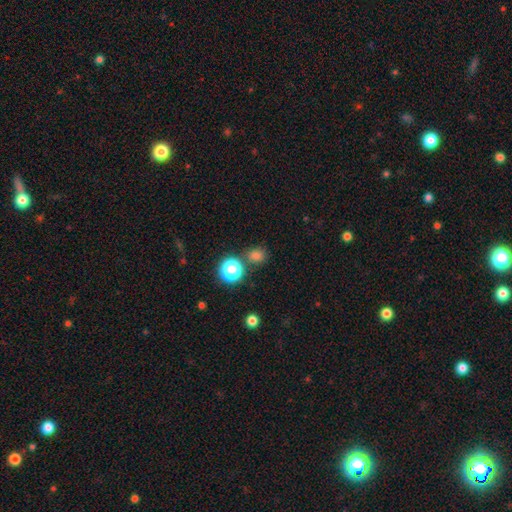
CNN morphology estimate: A smooth galaxy with no disk features (72%) that is round (76%).

Vote fractions:
- Smooth or featured? smooth: 72% / star or artifact: 23% / featured or disk: 5%
- How rounded? round: 76% / in between: 23% / cigar-shaped: 1%
- Merging? none: 76% / merger: 11% / minor disturbance: 10% / major disturbance: 3%